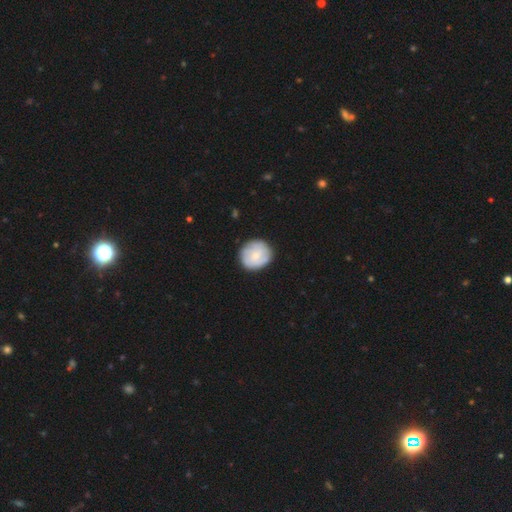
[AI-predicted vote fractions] The model was most divided on "smooth or featured": smooth: 56%, featured or disk: 38%, star or artifact: 6%. More confident: how rounded — round (87%); merging — none (82%).